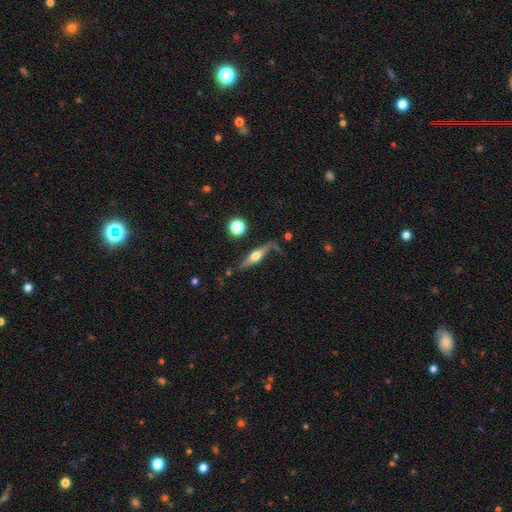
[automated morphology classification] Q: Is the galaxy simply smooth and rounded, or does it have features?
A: featured or disk — 65%.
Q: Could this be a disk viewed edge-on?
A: yes — 86%.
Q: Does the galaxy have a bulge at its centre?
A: rounded — 93%.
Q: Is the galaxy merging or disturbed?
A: none — 60%.